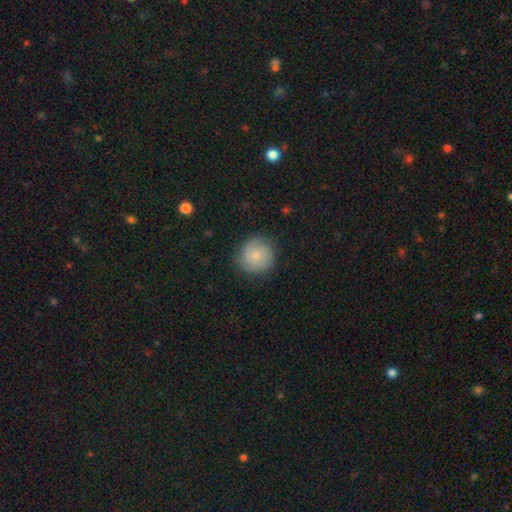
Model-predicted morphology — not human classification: type=smooth (66%); roundness=round (93%); merging=none (82%).